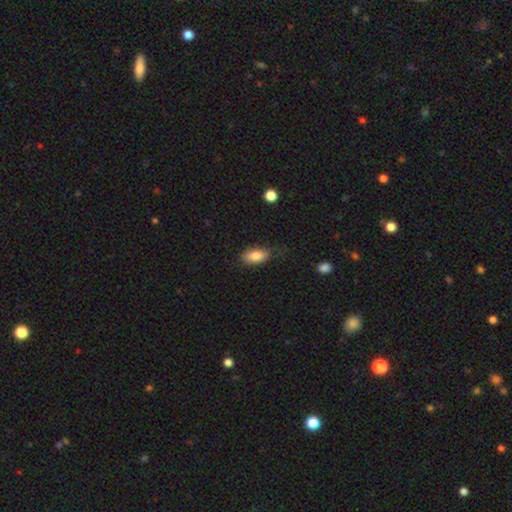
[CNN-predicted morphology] The model was most divided on "merging": none: 72%, minor disturbance: 21%, major disturbance: 5%, merger: 2%. More confident: how rounded — in between (88%); smooth or featured — smooth (82%).